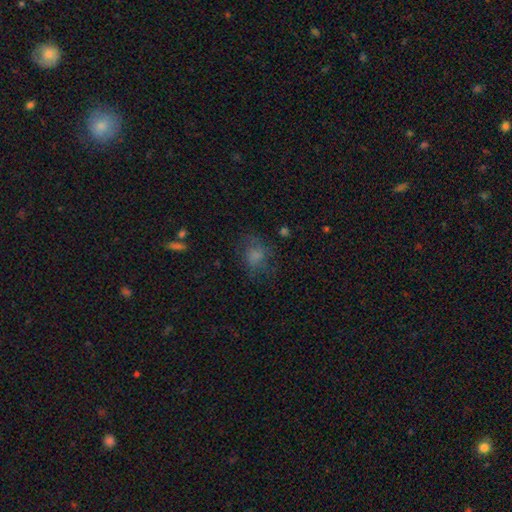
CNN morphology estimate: smooth_or_featured: smooth (p=0.64) [alt: featured or disk p=0.21]
how_rounded: round (p=0.53) [alt: in between p=0.45]
merging: none (p=0.57) [alt: minor disturbance p=0.21]